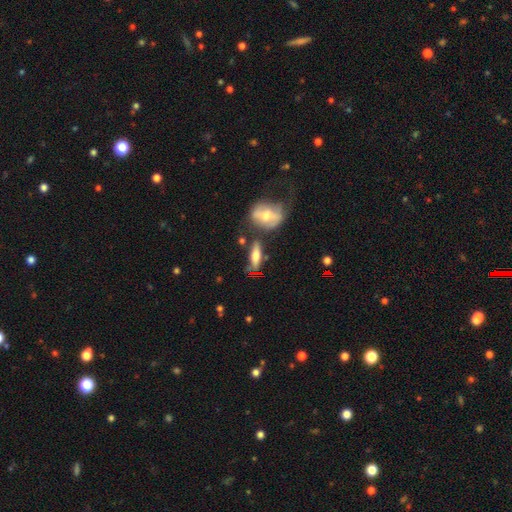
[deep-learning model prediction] Overall: smooth (55%; featured or disk 36%). How rounded: cigar-shaped (49%; in between 46%). Merging: none (60%; minor disturbance 21%).